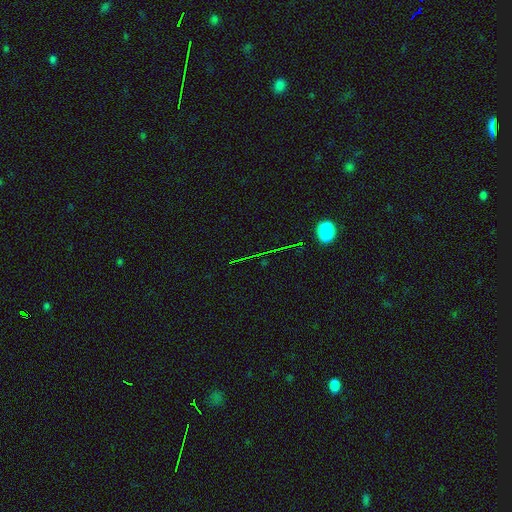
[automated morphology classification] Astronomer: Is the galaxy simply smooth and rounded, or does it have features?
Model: star or artifact — 76%.